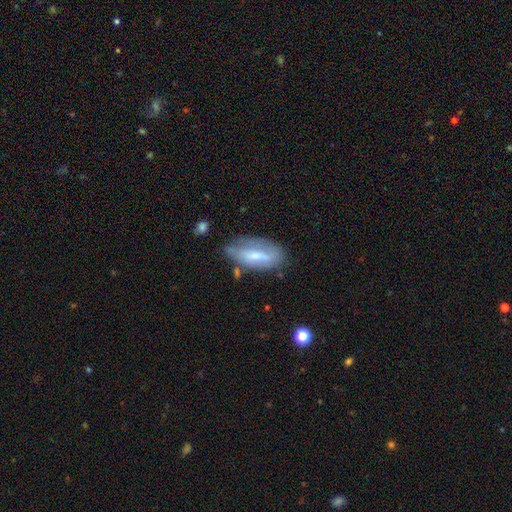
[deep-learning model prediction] Smooth or featured: smooth — 50% (featured or disk — 43%)
How rounded: in between — 84% (cigar-shaped — 13%)
Merging: none — 58% (minor disturbance — 28%)